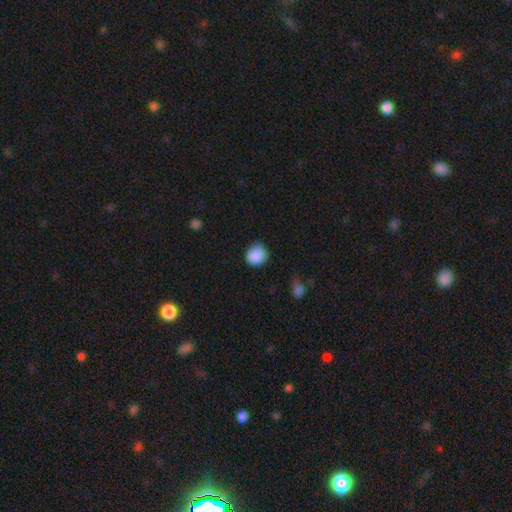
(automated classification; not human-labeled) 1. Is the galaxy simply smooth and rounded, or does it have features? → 89% smooth, 8% star or artifact, 3% featured or disk.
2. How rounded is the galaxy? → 82% round, 17% in between, 1% cigar-shaped.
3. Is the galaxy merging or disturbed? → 76% none, 19% minor disturbance, 4% major disturbance, 1% merger.